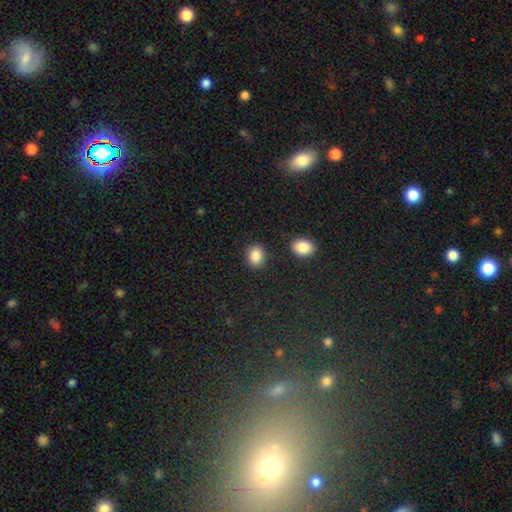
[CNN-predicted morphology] A smooth galaxy with no disk features (88%) that is round (50%).

Vote fractions:
- Smooth or featured? smooth: 88% / star or artifact: 8% / featured or disk: 4%
- How rounded? round: 50% / in between: 49% / cigar-shaped: 1%
- Merging? none: 84% / minor disturbance: 9% / merger: 4% / major disturbance: 3%